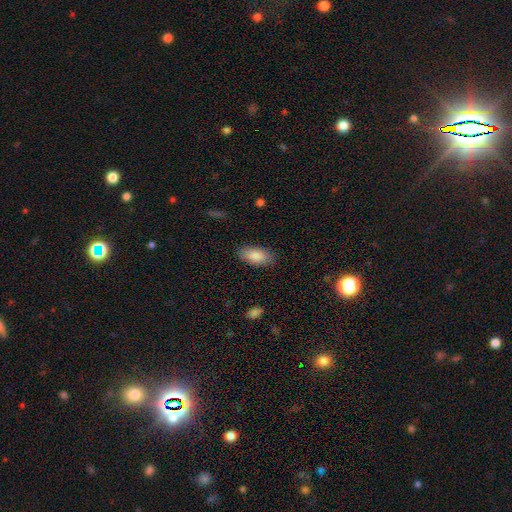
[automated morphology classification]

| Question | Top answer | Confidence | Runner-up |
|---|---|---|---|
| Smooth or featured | smooth | 88% | star or artifact (6%) |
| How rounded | in between | 92% | cigar-shaped (5%) |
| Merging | none | 86% | minor disturbance (11%) |